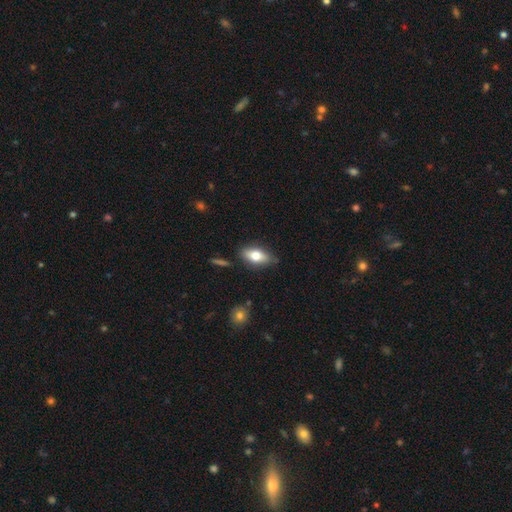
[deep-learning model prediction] A smooth galaxy with no disk features (73%) that is in between round and cigar-shaped (86%). Merging: none (79%).